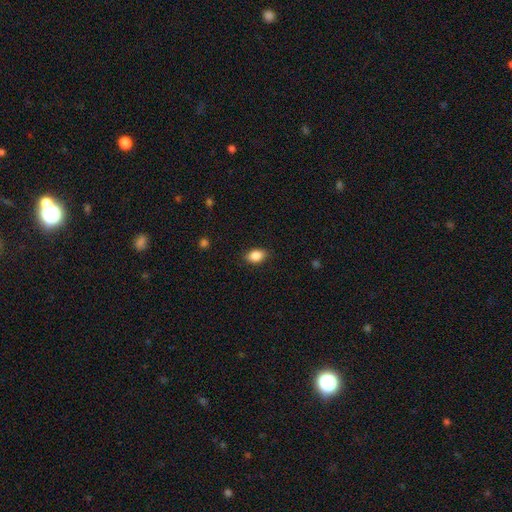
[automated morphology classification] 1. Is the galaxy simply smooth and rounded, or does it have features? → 86% smooth, 8% star or artifact, 6% featured or disk.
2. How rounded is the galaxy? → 84% in between, 14% round, 2% cigar-shaped.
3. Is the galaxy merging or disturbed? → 86% none, 11% minor disturbance, 2% major disturbance, 1% merger.